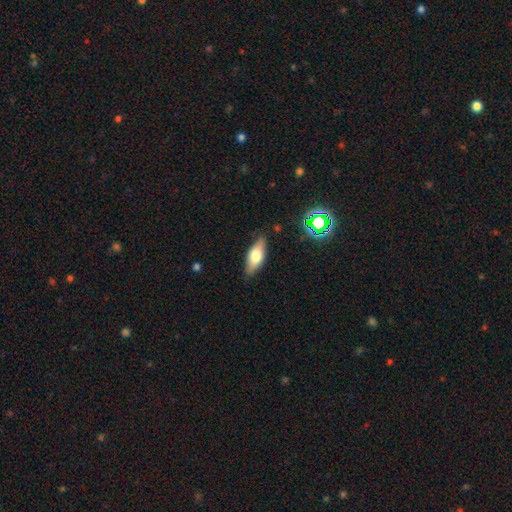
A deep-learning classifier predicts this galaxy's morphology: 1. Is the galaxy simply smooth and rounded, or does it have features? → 65% smooth, 28% featured or disk, 8% star or artifact.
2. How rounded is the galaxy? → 76% in between, 21% cigar-shaped, 3% round.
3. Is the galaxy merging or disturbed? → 84% none, 12% minor disturbance, 2% major disturbance, 1% merger.